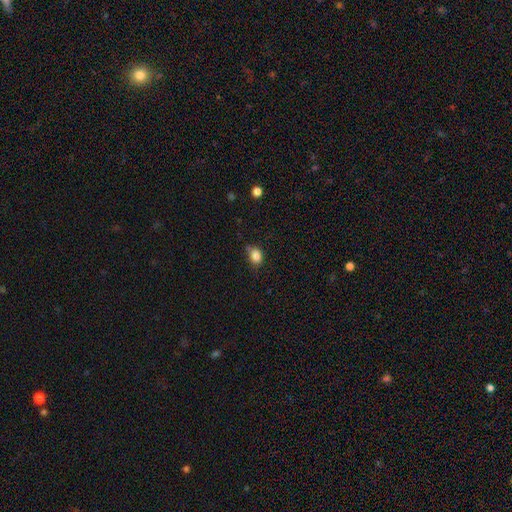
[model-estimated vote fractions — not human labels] This is clearly a smooth galaxy (84%). How rounded: possibly in between (54%). Merging: possibly none (59%).